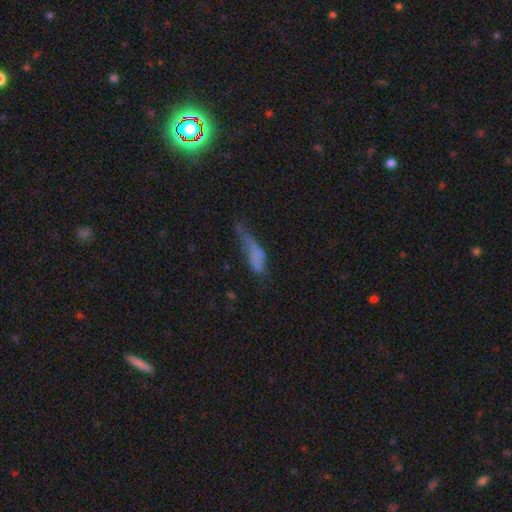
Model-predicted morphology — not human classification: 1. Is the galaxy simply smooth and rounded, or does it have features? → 57% smooth, 28% featured or disk, 15% star or artifact.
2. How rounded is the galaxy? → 50% cigar-shaped, 46% in between, 4% round.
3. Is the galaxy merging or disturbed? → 37% major disturbance, 28% minor disturbance, 27% none, 9% merger.